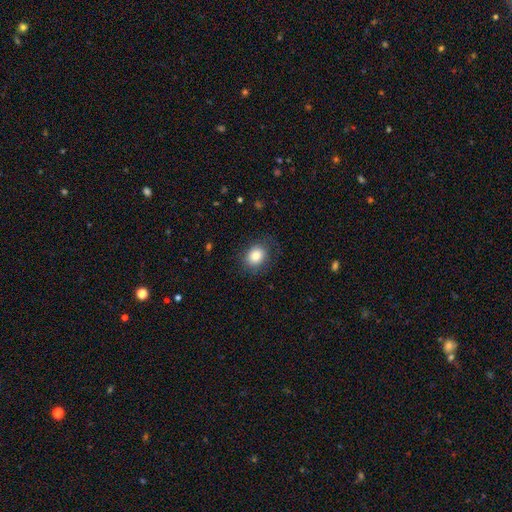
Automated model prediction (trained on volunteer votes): smooth 83%, star or artifact 9%, featured or disk 8%. Down the decision tree: how rounded — round (55%); merging — none (78%).